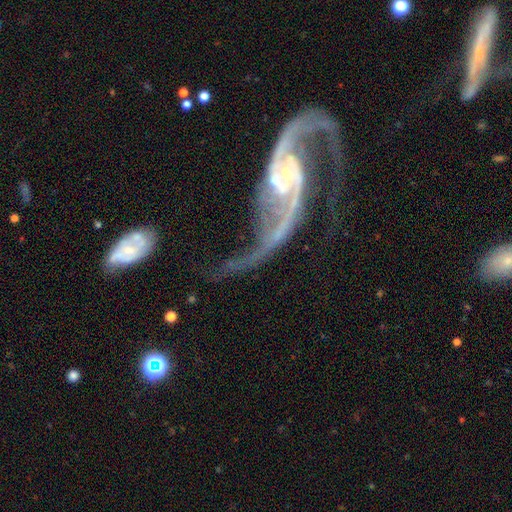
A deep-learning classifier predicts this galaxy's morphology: A featured or disk galaxy (91%) with no bar (48%), 2 (93%) loose (68%) spiral arms (97%) and a small central bulge (65%).

Vote fractions:
- Smooth or featured? featured or disk: 91% / star or artifact: 5% / smooth: 4%
- Edge-on disk? no: 96% / yes: 4%
- Bar? no: 48% / weak: 35% / strong: 17%
- Spiral arms? yes: 97% / no: 3%
- Spiral winding? loose: 68% / medium: 25% / tight: 7%
- Spiral arm count? 2: 93% / 1: 2% / can't tell: 2% / 3: 1% / 4: 1% / more than 4: 1%
- Bulge size? small: 65% / moderate: 18% / none: 13% / large: 3% / dominant: 2%
- Merging? none: 47% / major disturbance: 24% / minor disturbance: 18% / merger: 11%